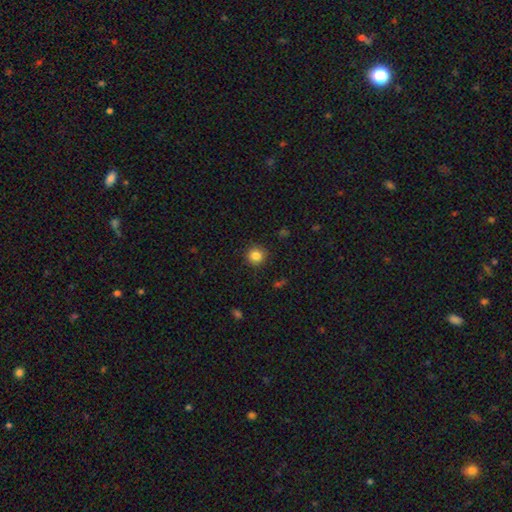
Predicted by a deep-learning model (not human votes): Overall: smooth (84%). How rounded: round (93%). Merging: none (91%).